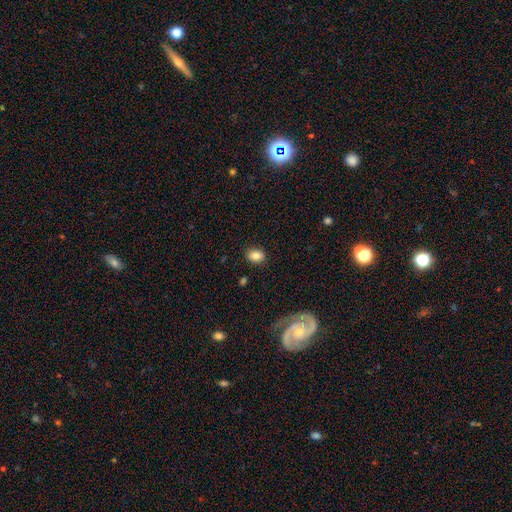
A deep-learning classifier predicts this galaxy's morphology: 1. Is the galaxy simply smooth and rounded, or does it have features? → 82% smooth, 10% featured or disk, 9% star or artifact.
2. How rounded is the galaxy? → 71% in between, 27% round, 1% cigar-shaped.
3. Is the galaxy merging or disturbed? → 86% none, 9% minor disturbance, 3% major disturbance, 1% merger.